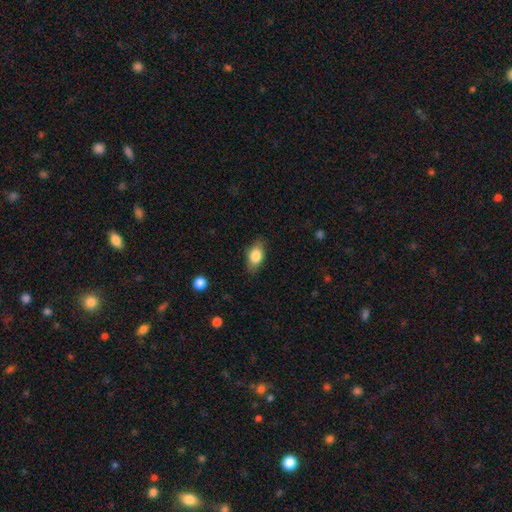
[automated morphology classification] The model was most divided on "smooth or featured": smooth: 80%, featured or disk: 13%, star or artifact: 7%. More confident: how rounded — in between (87%); merging — none (82%).